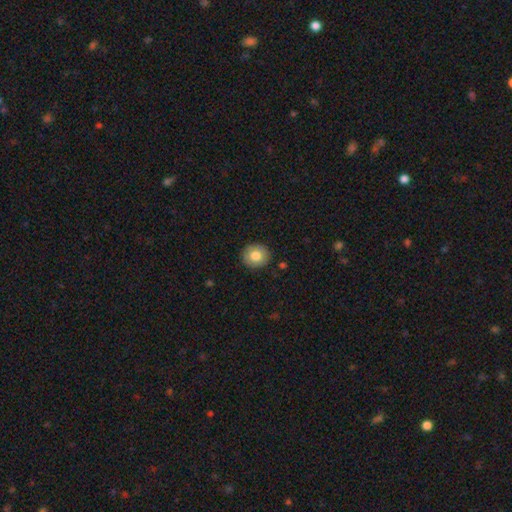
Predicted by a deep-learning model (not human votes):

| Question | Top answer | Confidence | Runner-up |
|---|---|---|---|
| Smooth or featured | smooth | 79% | featured or disk (13%) |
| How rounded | round | 82% | in between (17%) |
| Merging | none | 89% | minor disturbance (8%) |